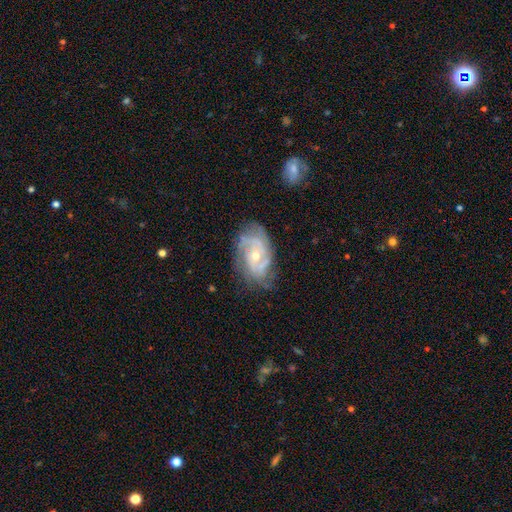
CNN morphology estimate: This is clearly a featured or disk galaxy (84%). It is clearly not viewed edge-on (96%). Bar: likely no (69%). Spiral arm pattern: clearly yes (94%). Spiral arm count: marginally can't tell (28%). Spiral winding: possibly tight (57%). Central bulge: possibly small (55%). Merging: likely none (72%).